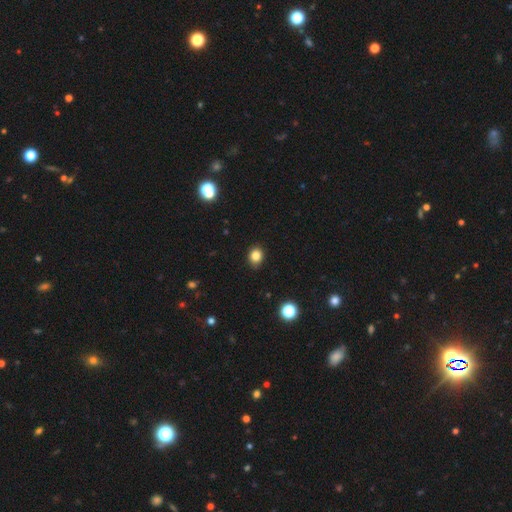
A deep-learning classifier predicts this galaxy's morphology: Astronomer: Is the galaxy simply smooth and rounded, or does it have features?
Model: smooth — 84%.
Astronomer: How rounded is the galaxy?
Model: round — 55% (runner-up: in between, 44%).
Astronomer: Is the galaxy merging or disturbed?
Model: none — 87%.